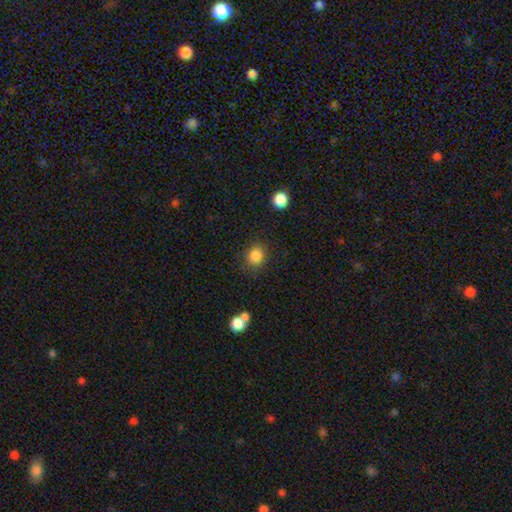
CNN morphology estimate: Q: Smooth or featured?
A: smooth (85%); runner-up: star or artifact (10%)
Q: How rounded?
A: round (71%); runner-up: in between (28%)
Q: Merging?
A: none (82%); runner-up: minor disturbance (12%)